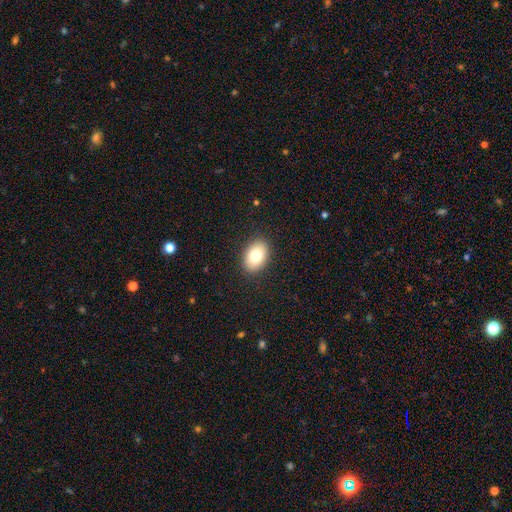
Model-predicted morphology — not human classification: This is likely a smooth galaxy (78%). How rounded: clearly in between (81%). Merging: clearly none (89%).